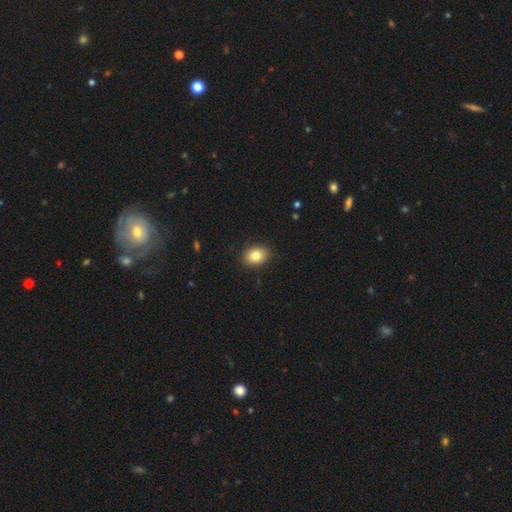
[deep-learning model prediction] A smooth galaxy with no disk features (83%) that is in between round and cigar-shaped (72%).

Vote fractions:
- Smooth or featured? smooth: 83% / star or artifact: 9% / featured or disk: 9%
- How rounded? in between: 72% / round: 27% / cigar-shaped: 1%
- Merging? none: 89% / minor disturbance: 8% / major disturbance: 2% / merger: 1%